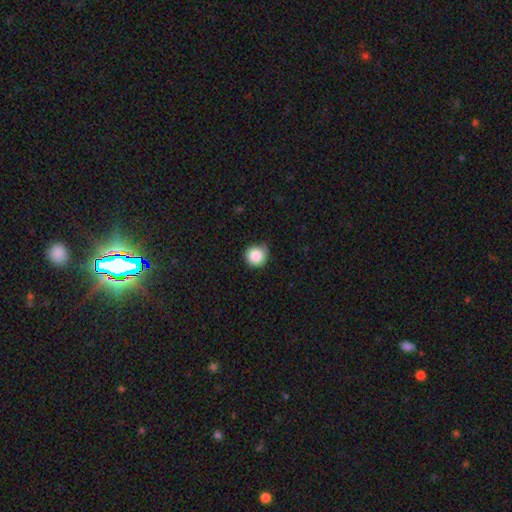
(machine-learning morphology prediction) The model was most divided on "merging": none: 75%, minor disturbance: 20%, major disturbance: 3%, merger: 1%. More confident: how rounded — round (94%); smooth or featured — smooth (87%).